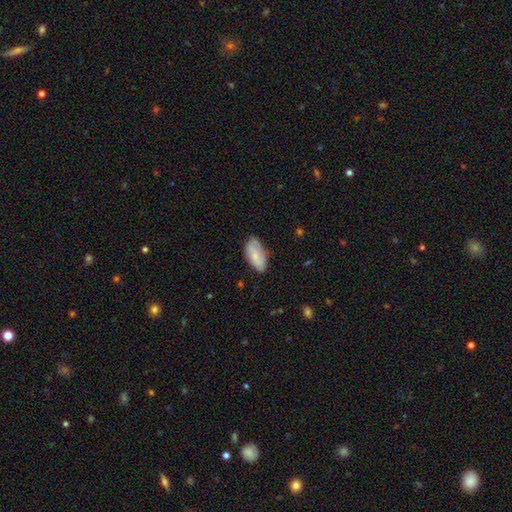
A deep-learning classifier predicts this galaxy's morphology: A smooth galaxy with no disk features (70%) that is in between round and cigar-shaped (93%).

Vote fractions:
- Smooth or featured? smooth: 70% / featured or disk: 23% / star or artifact: 6%
- How rounded? in between: 93% / cigar-shaped: 5% / round: 3%
- Merging? none: 72% / minor disturbance: 22% / major disturbance: 4% / merger: 1%